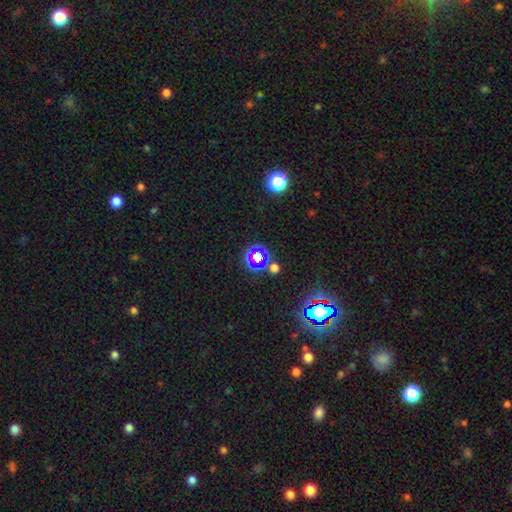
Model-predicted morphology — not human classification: A star or artifact, not a galaxy (59%).